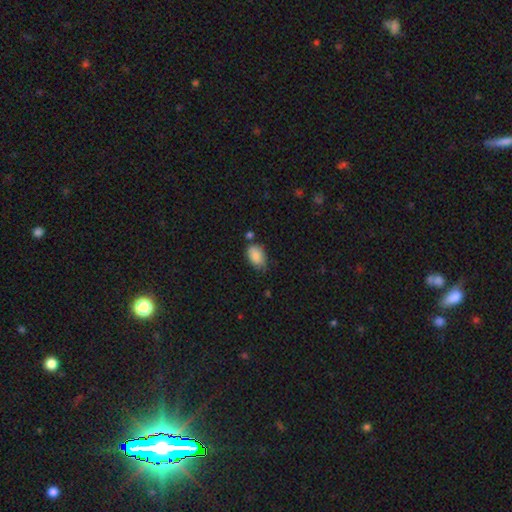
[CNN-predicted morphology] smooth 85%, star or artifact 8%, featured or disk 7%. Down the decision tree: how rounded — in between (88%); merging — none (57%).